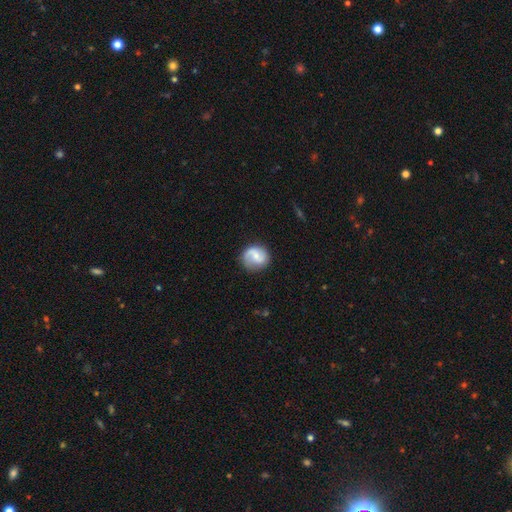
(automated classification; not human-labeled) Smooth or featured? featured or disk (56%)
Edge-on disk? no (98%)
Bar? weak (46%)
Spiral arms? yes (88%)
Bulge size? small (51%)
Merging? none (76%)